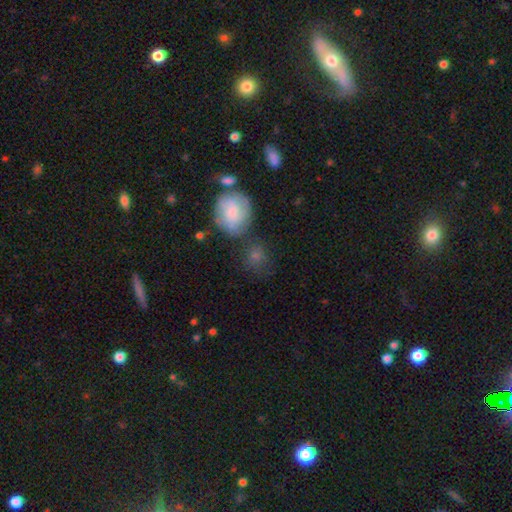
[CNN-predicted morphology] Overall: smooth (63%). How rounded: round (77%). Merging: none (61%).